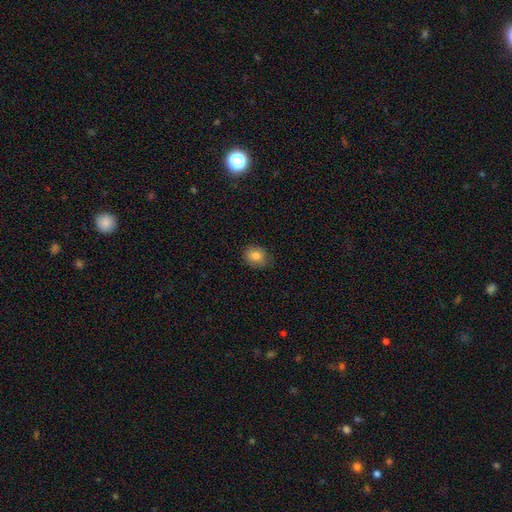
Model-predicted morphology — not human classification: Smooth or featured: smooth — 83% (star or artifact — 10%)
How rounded: round — 62% (in between — 37%)
Merging: none — 83% (minor disturbance — 13%)